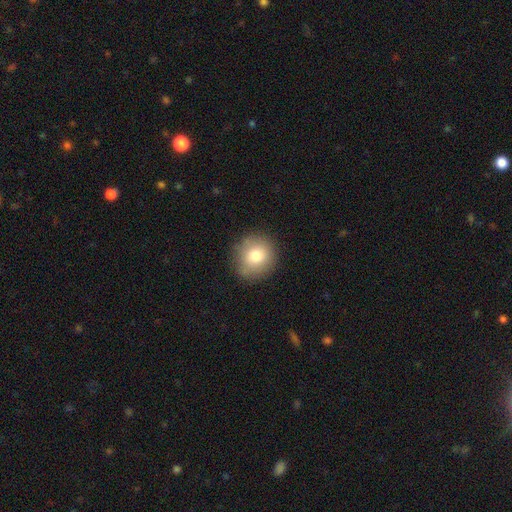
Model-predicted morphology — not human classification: A smooth galaxy with no disk features (77%) that is round (89%). Merging: none (86%).